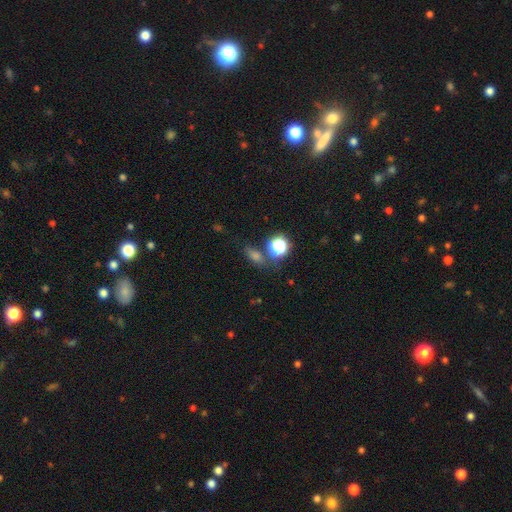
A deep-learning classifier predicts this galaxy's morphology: This is possibly a smooth galaxy (59%). How rounded: possibly in between (60%). Merging: likely none (67%).